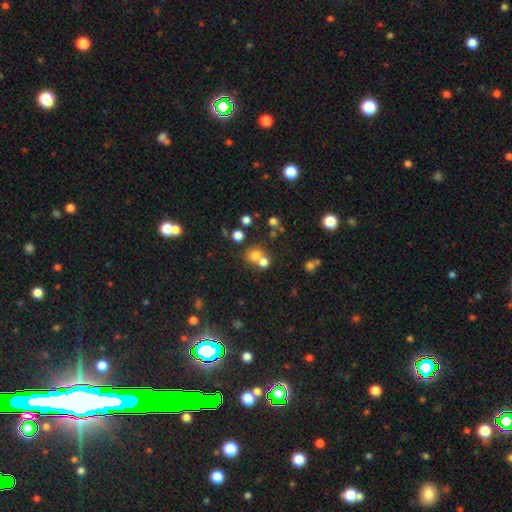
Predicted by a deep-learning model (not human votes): A smooth galaxy with no disk features (69%) that is round (75%). Merging: none (45%).